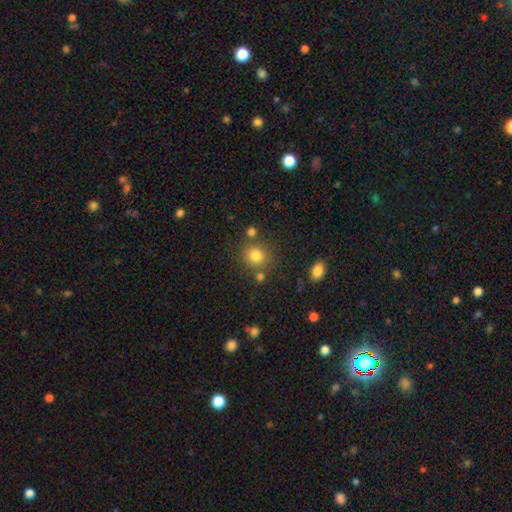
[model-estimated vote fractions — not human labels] Smooth or featured?
  - smooth: 80% *
  - star or artifact: 13%
  - featured or disk: 7%
How rounded?
  - round: 84% *
  - in between: 15%
  - cigar-shaped: 1%
Merging?
  - none: 75% *
  - merger: 11%
  - minor disturbance: 10%
  - major disturbance: 4%